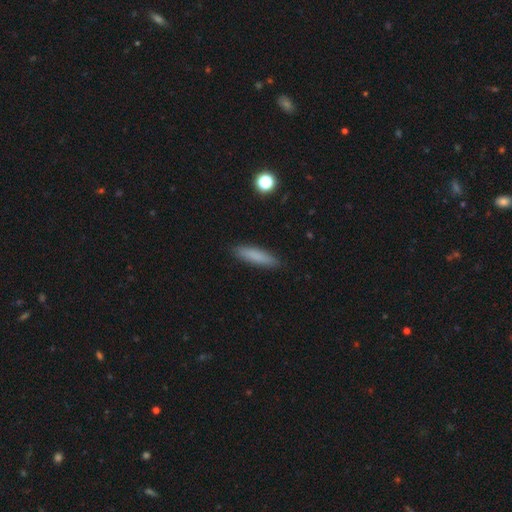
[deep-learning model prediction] A smooth galaxy with no disk features (82%) that is cigar-shaped (81%).

Vote fractions:
- Smooth or featured? smooth: 82% / featured or disk: 11% / star or artifact: 8%
- How rounded? cigar-shaped: 81% / in between: 17% / round: 2%
- Merging? none: 89% / minor disturbance: 8% / major disturbance: 2% / merger: 1%